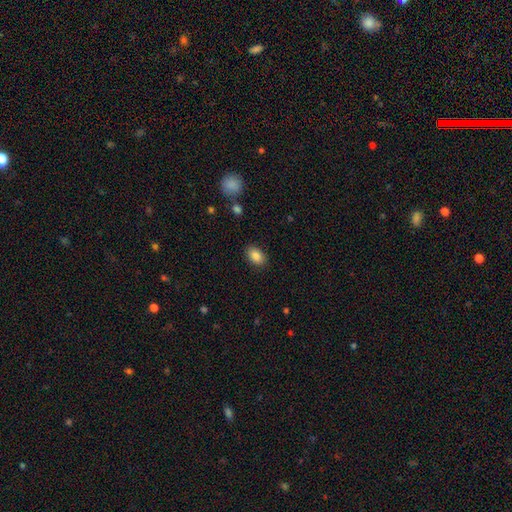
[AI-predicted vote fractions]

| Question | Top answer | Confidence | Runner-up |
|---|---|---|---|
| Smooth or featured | smooth | 87% | star or artifact (8%) |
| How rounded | in between | 86% | round (13%) |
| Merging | none | 87% | minor disturbance (9%) |